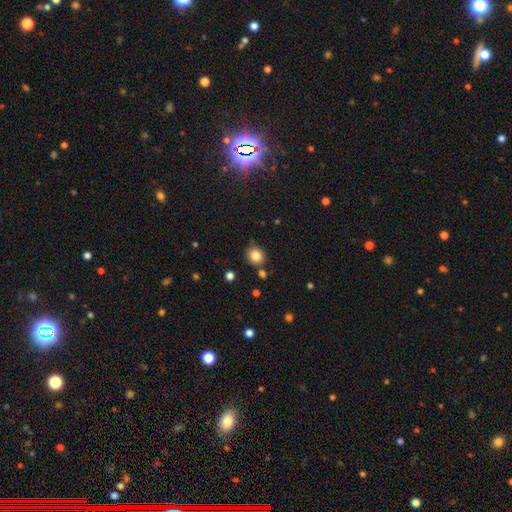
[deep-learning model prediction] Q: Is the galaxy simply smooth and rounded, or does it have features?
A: smooth — 83%.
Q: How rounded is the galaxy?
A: round — 80%.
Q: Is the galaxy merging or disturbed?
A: none — 82%.